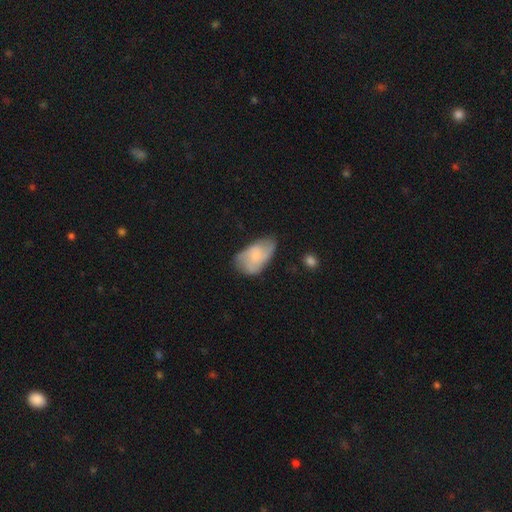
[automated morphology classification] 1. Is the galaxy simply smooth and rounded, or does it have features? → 51% smooth, 43% featured or disk, 7% star or artifact.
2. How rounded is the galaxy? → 93% in between, 5% round, 2% cigar-shaped.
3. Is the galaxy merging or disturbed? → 49% none, 36% minor disturbance, 13% major disturbance, 2% merger.